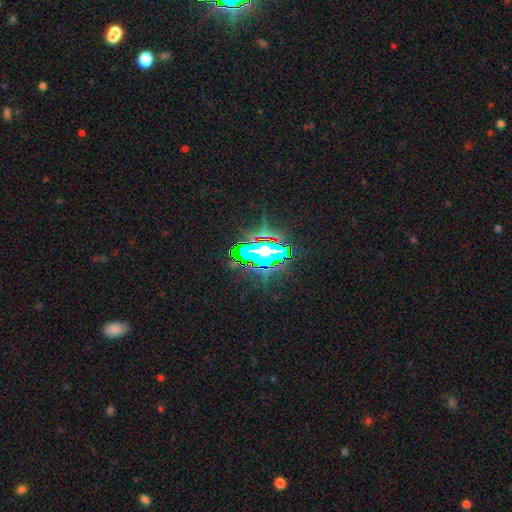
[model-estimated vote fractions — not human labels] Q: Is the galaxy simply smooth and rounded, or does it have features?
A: star or artifact — 68%.